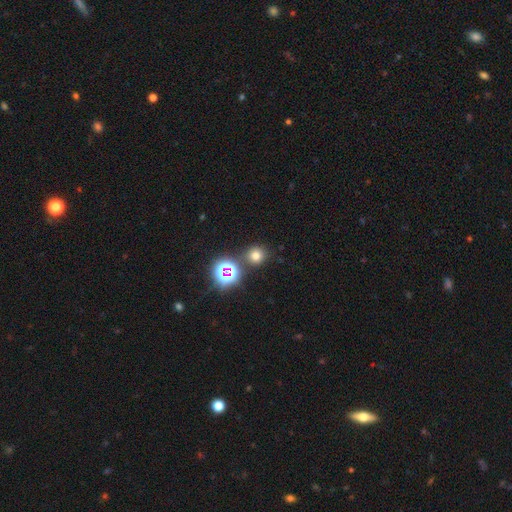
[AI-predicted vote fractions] This appears to be a smooth galaxy with no disk features (66%) that is round (90%). Merging: none (81%).